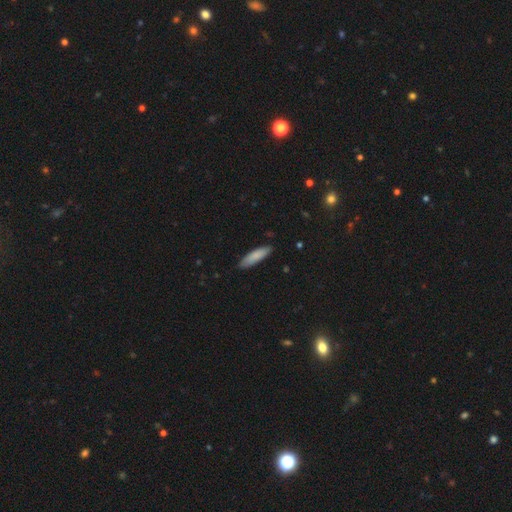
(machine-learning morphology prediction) This is clearly a smooth galaxy (83%). How rounded: likely cigar-shaped (71%). Merging: clearly none (86%).